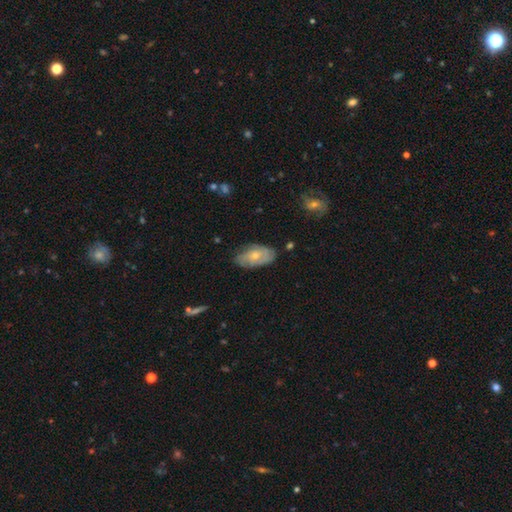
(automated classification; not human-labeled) Overall: featured or disk (48%; smooth 45%). Merging: none (73%).